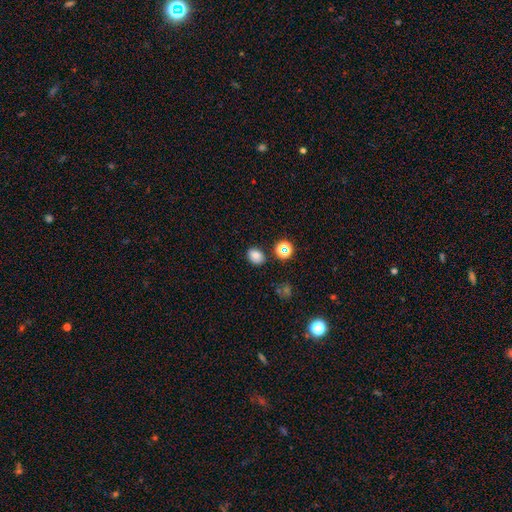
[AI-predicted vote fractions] Smooth or featured?
  - smooth: 78% *
  - star or artifact: 15%
  - featured or disk: 7%
How rounded?
  - in between: 64% *
  - round: 35%
  - cigar-shaped: 1%
Merging?
  - none: 83% *
  - minor disturbance: 10%
  - merger: 4%
  - major disturbance: 3%